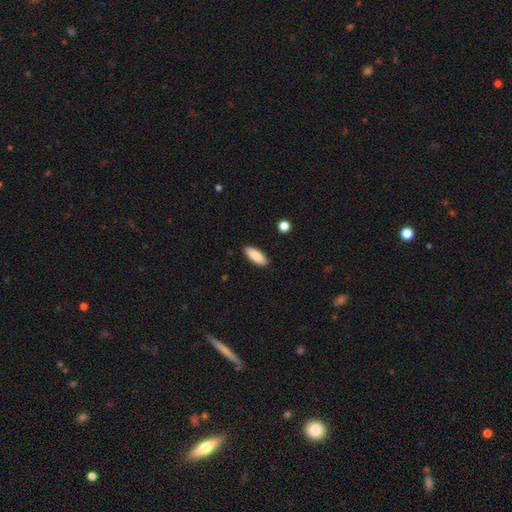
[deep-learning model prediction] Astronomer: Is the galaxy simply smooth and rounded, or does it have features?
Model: smooth — 88%.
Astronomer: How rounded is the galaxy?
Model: in between — 76%.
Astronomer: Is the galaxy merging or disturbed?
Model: none — 89%.